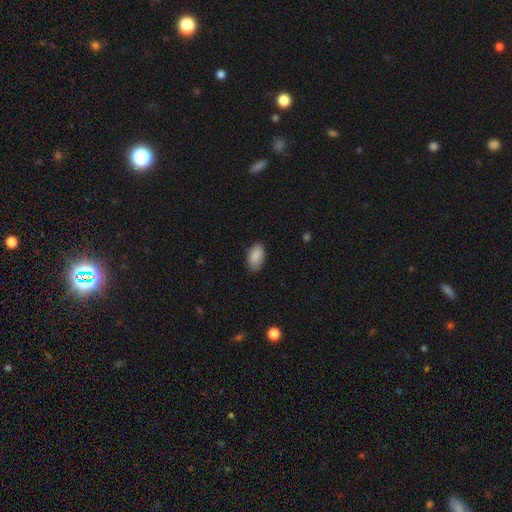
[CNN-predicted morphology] smooth-or-featured: smooth: 89% | star or artifact: 7% | featured or disk: 4%
  how-rounded: in between: 94% | round: 4% | cigar-shaped: 2%
  merging: none: 84% | minor disturbance: 12% | major disturbance: 3% | merger: 1%